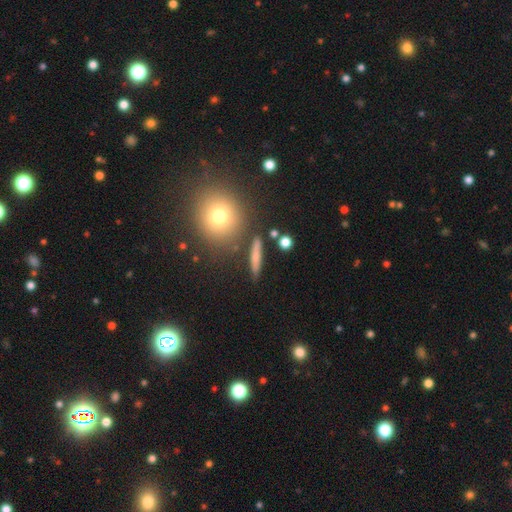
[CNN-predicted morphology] Q: Smooth or featured?
A: smooth (65%); runner-up: featured or disk (25%)
Q: How rounded?
A: cigar-shaped (79%); runner-up: in between (12%)
Q: Merging?
A: none (82%); runner-up: minor disturbance (9%)